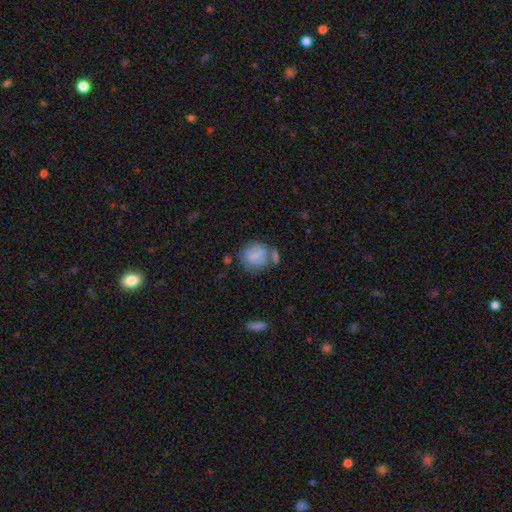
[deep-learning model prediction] Smooth or featured? Predicted: smooth (p=0.68). How rounded? Predicted: round (p=0.77). Merging? Predicted: none (p=0.46).